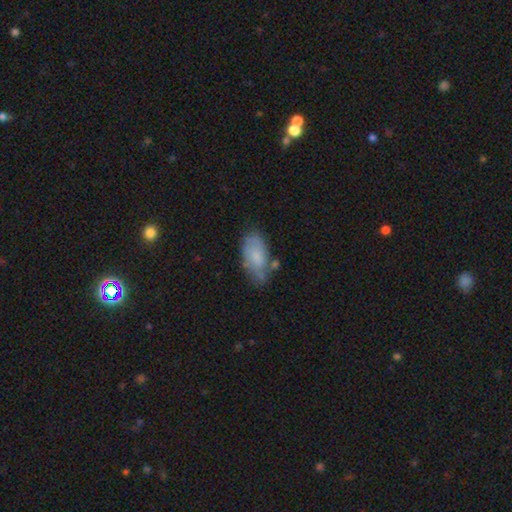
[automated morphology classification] smooth 59%, featured or disk 33%, star or artifact 7%. Down the decision tree: how rounded — in between (92%); merging — none (55%).